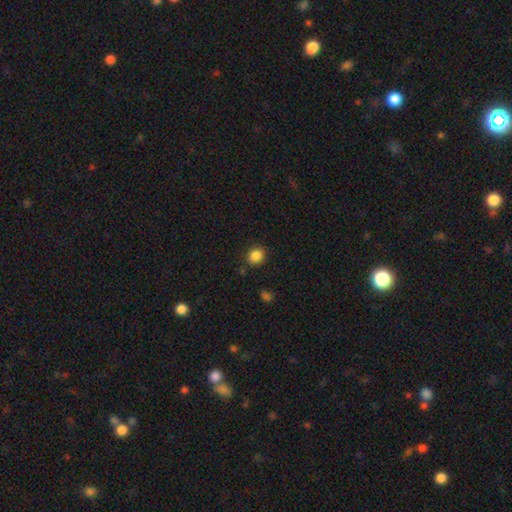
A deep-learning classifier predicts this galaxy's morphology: type=smooth (86%); roundness=round (74%); merging=none (85%).